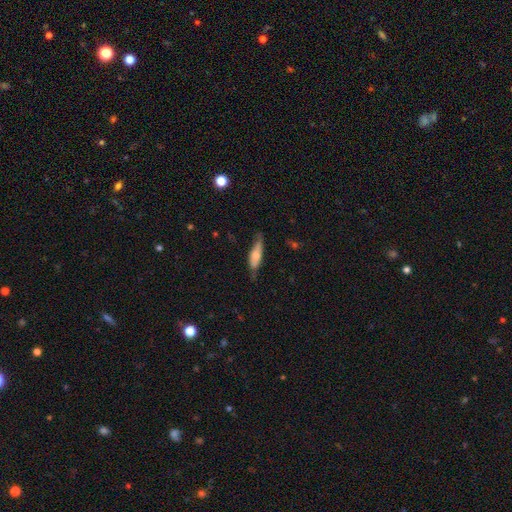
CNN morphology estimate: smooth-or-featured: smooth: 60% | featured or disk: 33% | star or artifact: 6%
  how-rounded: cigar-shaped: 55% | in between: 43% | round: 2%
  merging: none: 57% | minor disturbance: 31% | major disturbance: 10% | merger: 2%